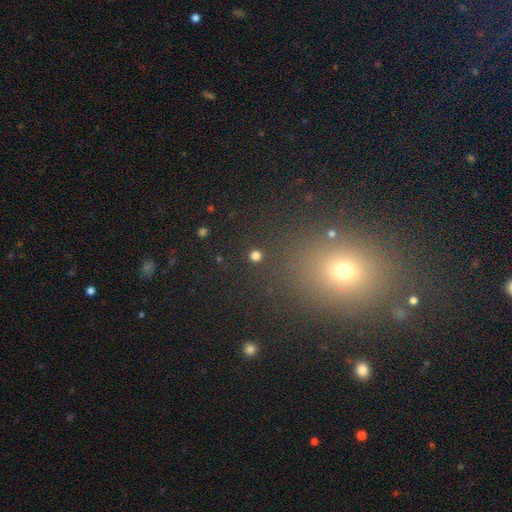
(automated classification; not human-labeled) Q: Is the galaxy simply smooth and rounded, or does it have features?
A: smooth — 79%.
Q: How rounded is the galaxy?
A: round — 94%.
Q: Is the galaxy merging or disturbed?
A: none — 91%.